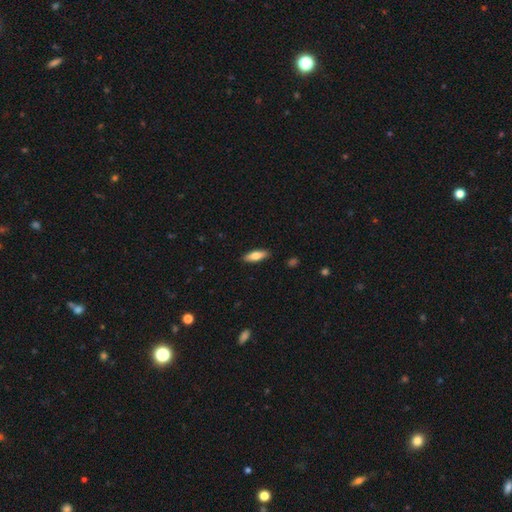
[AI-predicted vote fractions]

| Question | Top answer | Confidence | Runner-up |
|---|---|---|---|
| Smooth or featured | smooth | 73% | featured or disk (21%) |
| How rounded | in between | 60% | cigar-shaped (38%) |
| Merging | none | 89% | minor disturbance (8%) |